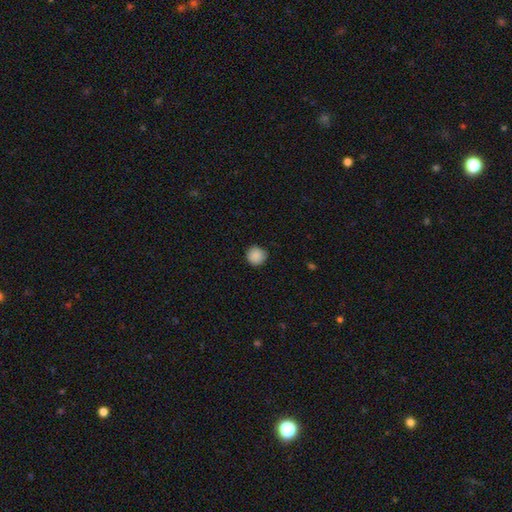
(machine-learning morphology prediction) Smooth or featured? smooth (89%)
How rounded? round (93%)
Merging? none (84%)